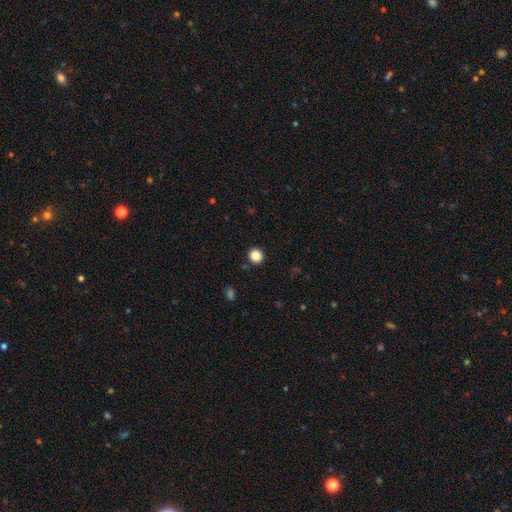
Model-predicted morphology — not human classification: type=smooth (86%); roundness=round (92%); merging=none (92%).